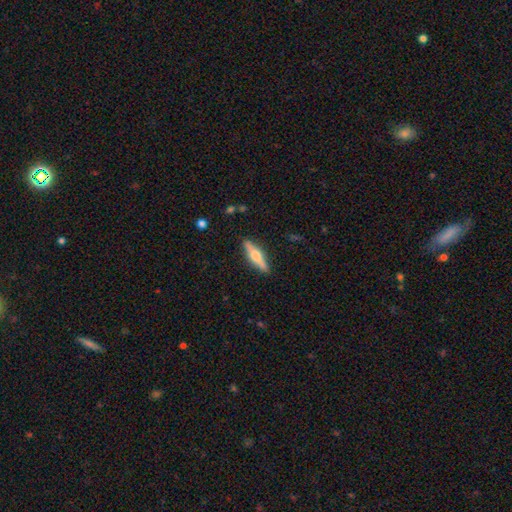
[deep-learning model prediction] featured or disk 61%, smooth 33%, star or artifact 6%. Down the decision tree: edge-on disk — yes (96%); edge-on bulge — rounded (92%); merging — none (89%).